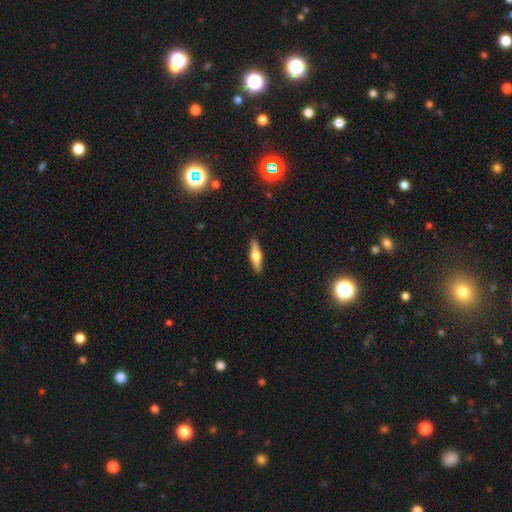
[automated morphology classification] Smooth or featured?
  - featured or disk: 56% *
  - smooth: 38%
  - star or artifact: 6%
Edge-on disk?
  - yes: 94% *
  - no: 6%
Edge-on bulge?
  - rounded: 94% *
  - boxy: 4%
  - none: 2%
Merging?
  - none: 90% *
  - minor disturbance: 7%
  - major disturbance: 2%
  - merger: 1%